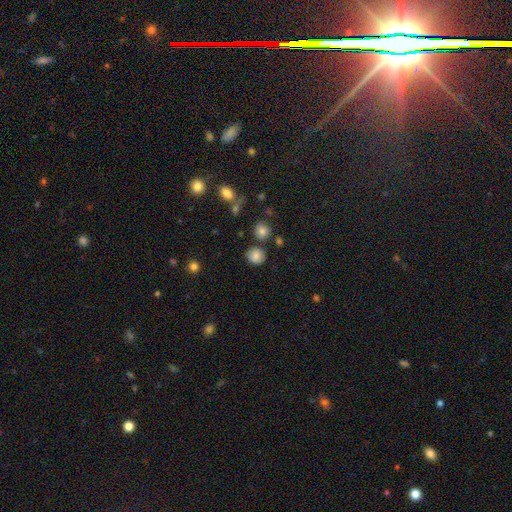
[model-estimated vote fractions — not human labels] Smooth or featured? Predicted: smooth (p=0.82). How rounded? Predicted: round (p=0.82). Merging? Predicted: none (p=0.80).